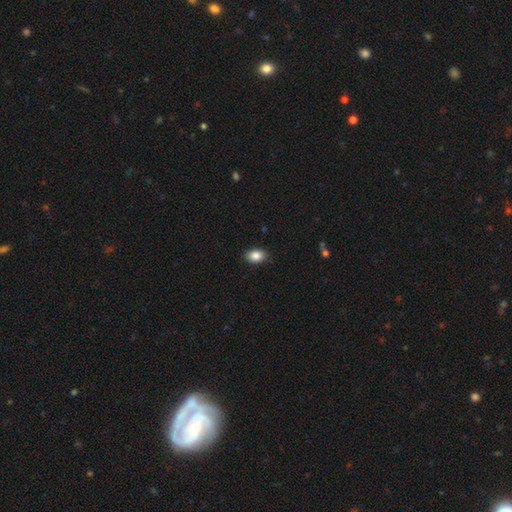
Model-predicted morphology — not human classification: Smooth or featured? Predicted: smooth (p=0.87). How rounded? Predicted: in between (p=0.83). Merging? Predicted: none (p=0.89).